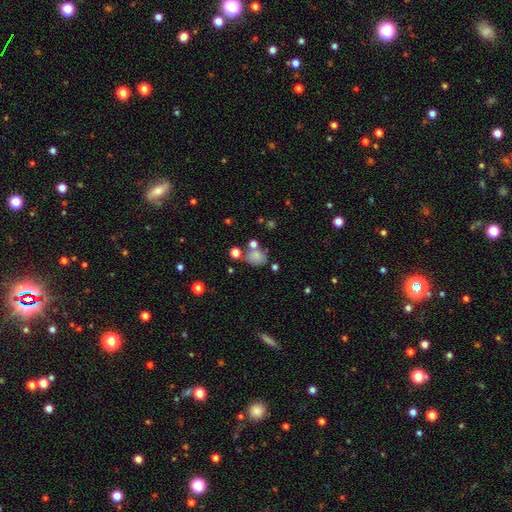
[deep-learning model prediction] smooth_or_featured: smooth (p=0.74) [alt: star or artifact p=0.15]
how_rounded: in between (p=0.56) [alt: round p=0.42]
merging: none (p=0.54) [alt: merger p=0.19]